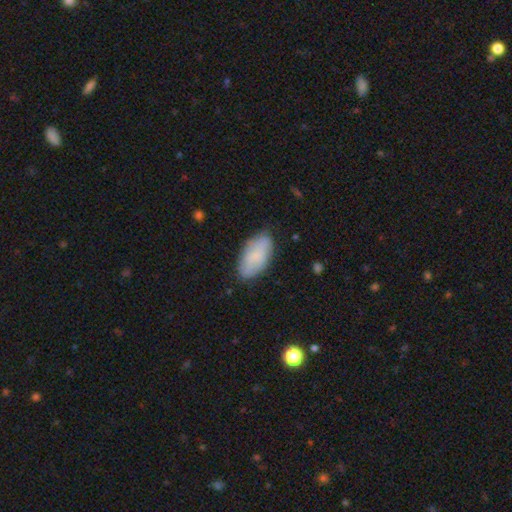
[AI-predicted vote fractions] Q: Smooth or featured?
A: smooth (76%); runner-up: featured or disk (18%)
Q: How rounded?
A: in between (94%); runner-up: cigar-shaped (4%)
Q: Merging?
A: none (77%); runner-up: minor disturbance (17%)